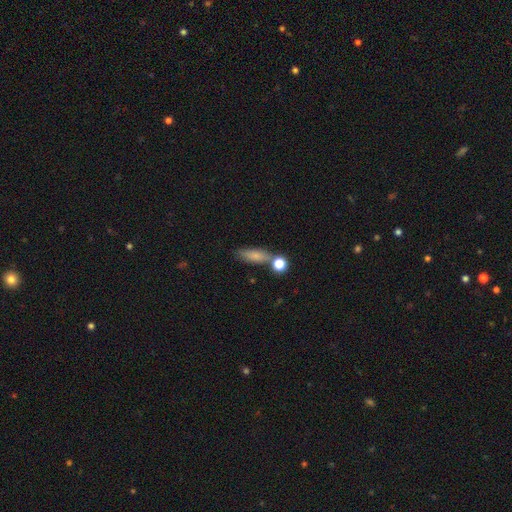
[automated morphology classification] Smooth or featured: smooth — 76% (featured or disk — 14%)
How rounded: in between — 48% (cigar-shaped — 44%)
Merging: none — 62% (merger — 17%)